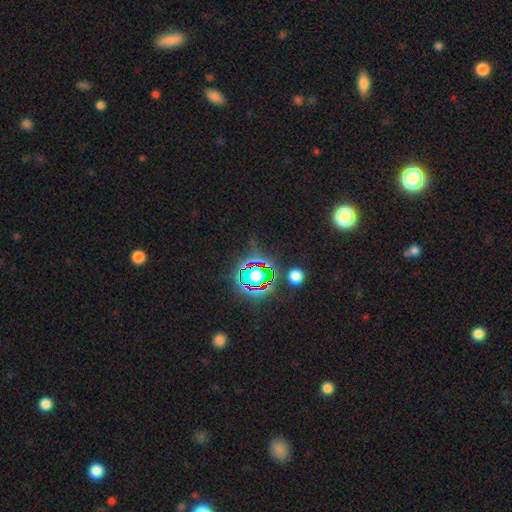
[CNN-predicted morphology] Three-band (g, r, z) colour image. It shows a star or artifact, not a galaxy (80%).